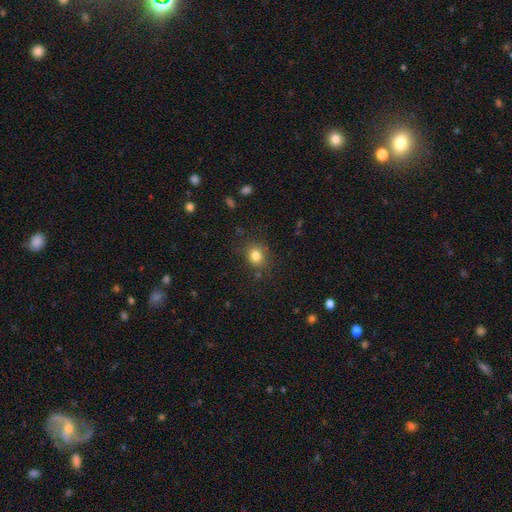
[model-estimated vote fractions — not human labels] Q: Smooth or featured?
A: smooth (81%); runner-up: star or artifact (12%)
Q: How rounded?
A: round (68%); runner-up: in between (31%)
Q: Merging?
A: none (80%); runner-up: minor disturbance (14%)